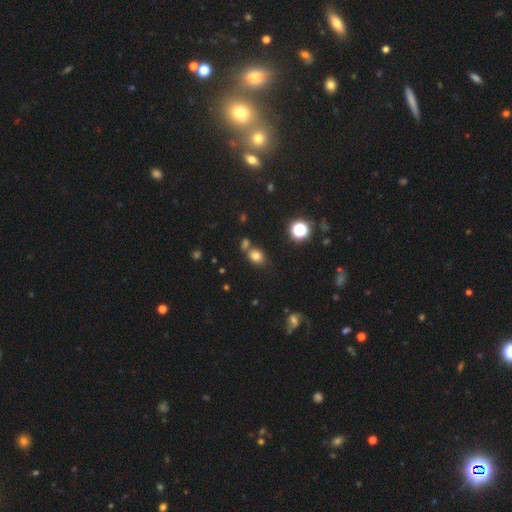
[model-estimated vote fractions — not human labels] smooth-or-featured: smooth: 76% | star or artifact: 16% | featured or disk: 8%
  how-rounded: in between: 53% | round: 46% | cigar-shaped: 1%
  merging: none: 65% | merger: 20% | minor disturbance: 11% | major disturbance: 4%